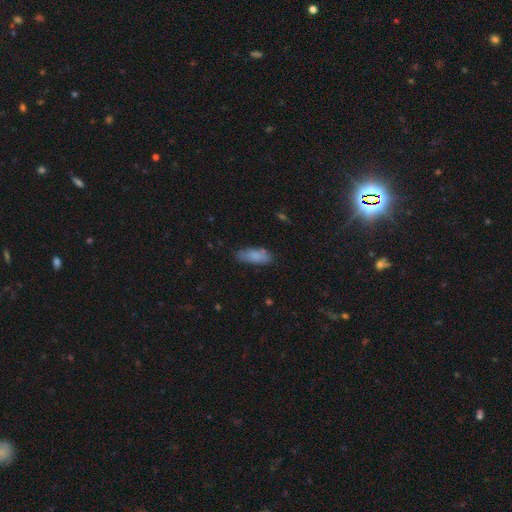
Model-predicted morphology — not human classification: Smooth or featured?
  - smooth: 79% *
  - featured or disk: 14%
  - star or artifact: 7%
How rounded?
  - in between: 70% *
  - cigar-shaped: 28%
  - round: 2%
Merging?
  - none: 73% *
  - minor disturbance: 20%
  - major disturbance: 5%
  - merger: 3%